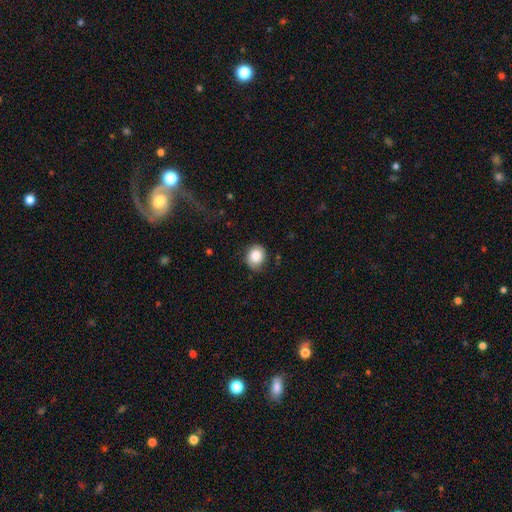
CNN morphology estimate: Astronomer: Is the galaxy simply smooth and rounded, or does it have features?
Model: smooth — 83%.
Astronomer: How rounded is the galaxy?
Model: round — 72%.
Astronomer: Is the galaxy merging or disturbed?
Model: none — 75%.